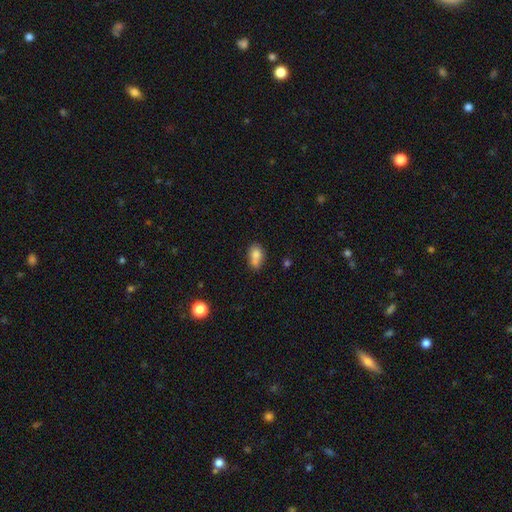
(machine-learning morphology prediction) A smooth galaxy with no disk features (79%) that is in between round and cigar-shaped (81%). Merging: none (45%).